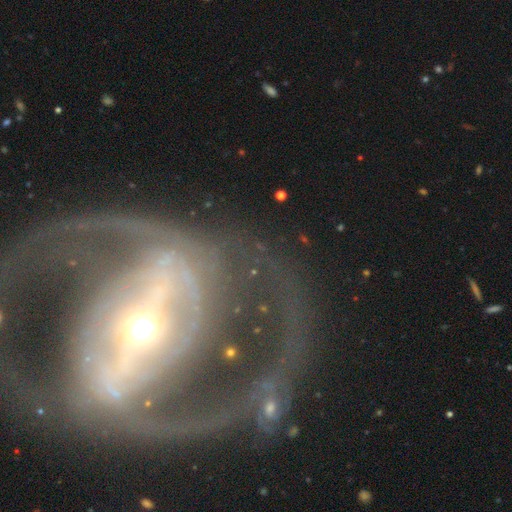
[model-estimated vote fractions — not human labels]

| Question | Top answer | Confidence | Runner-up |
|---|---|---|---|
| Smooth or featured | featured or disk | 89% | star or artifact (6%) |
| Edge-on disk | no | 94% | yes (6%) |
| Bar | strong | 73% | weak (17%) |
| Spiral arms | yes | 86% | no (14%) |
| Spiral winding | medium | 45% | tight (28%) |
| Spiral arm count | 2 | 81% | can't tell (8%) |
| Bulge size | small | 45% | tied: moderate (45%) |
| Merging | none | 69% | major disturbance (17%) |